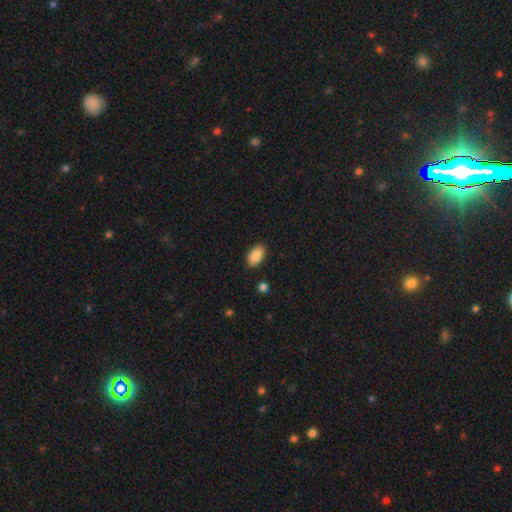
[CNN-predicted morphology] A smooth galaxy with no disk features (88%) that is in between round and cigar-shaped (93%).

Vote fractions:
- Smooth or featured? smooth: 88% / star or artifact: 7% / featured or disk: 5%
- How rounded? in between: 93% / round: 5% / cigar-shaped: 2%
- Merging? none: 88% / minor disturbance: 8% / major disturbance: 2% / merger: 1%